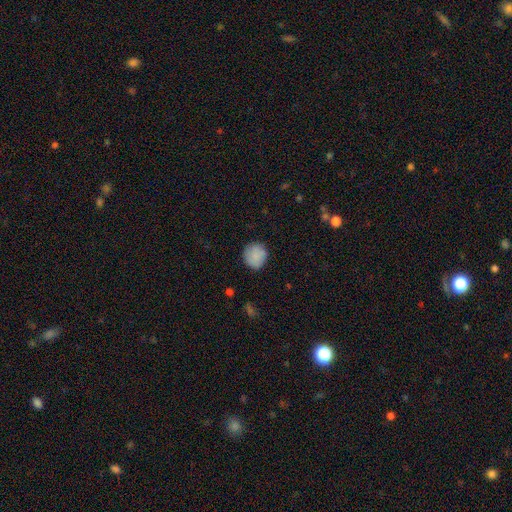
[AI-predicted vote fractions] smooth-or-featured: smooth: 85% | featured or disk: 8% | star or artifact: 7%
  how-rounded: round: 87% | in between: 12% | cigar-shaped: 1%
  merging: none: 81% | minor disturbance: 15% | major disturbance: 3% | merger: 1%